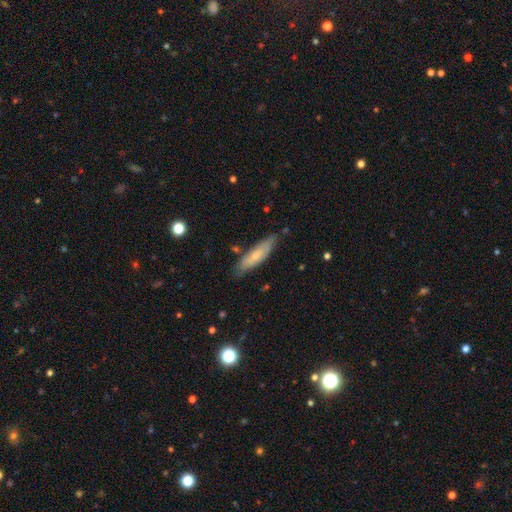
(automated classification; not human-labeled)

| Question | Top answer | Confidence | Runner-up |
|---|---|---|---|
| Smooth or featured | smooth | 62% | featured or disk (32%) |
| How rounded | cigar-shaped | 70% | in between (28%) |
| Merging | none | 77% | minor disturbance (17%) |